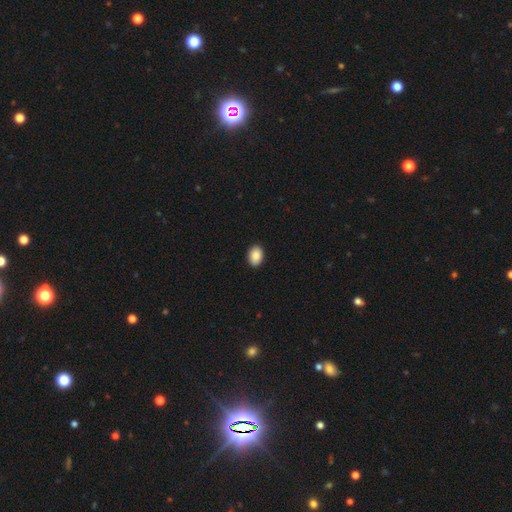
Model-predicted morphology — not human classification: smooth_or_featured: smooth (p=0.89) [alt: star or artifact p=0.08]
how_rounded: in between (p=0.76) [alt: round p=0.23]
merging: none (p=0.91) [alt: minor disturbance p=0.06]